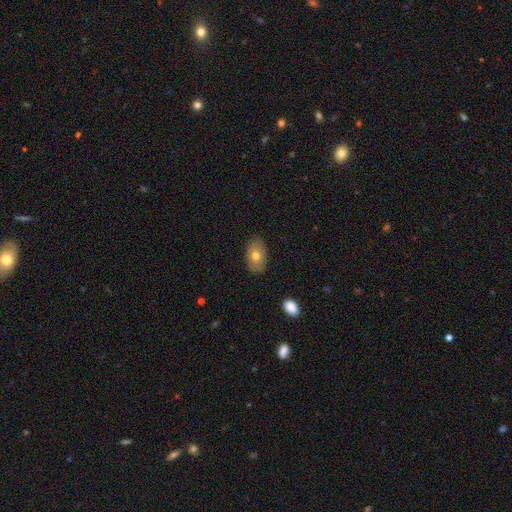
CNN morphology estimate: Smooth or featured? smooth (72%)
How rounded? in between (88%)
Merging? none (85%)